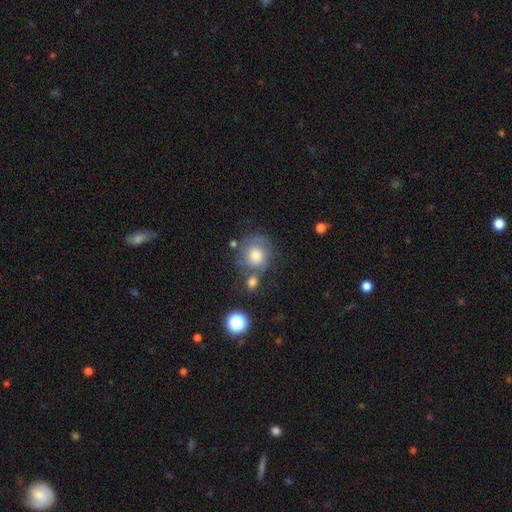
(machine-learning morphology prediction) smooth-or-featured: smooth: 52% | featured or disk: 38% | star or artifact: 10%
  how-rounded: round: 85% | in between: 14% | cigar-shaped: 1%
  merging: none: 52% | minor disturbance: 19% | merger: 18% | major disturbance: 11%